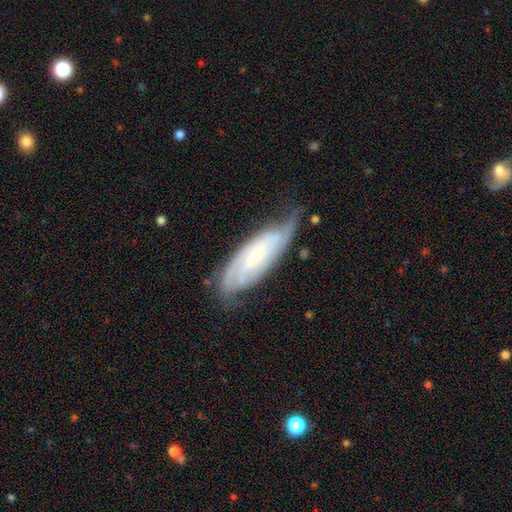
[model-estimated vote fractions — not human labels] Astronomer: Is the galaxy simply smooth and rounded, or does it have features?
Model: featured or disk — 82%.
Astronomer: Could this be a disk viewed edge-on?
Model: no — 87%.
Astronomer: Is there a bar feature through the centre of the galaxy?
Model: no — 46% (runner-up: weak, 37%).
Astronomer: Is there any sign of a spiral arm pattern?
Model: yes — 94%.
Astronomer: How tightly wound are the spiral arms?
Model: tight — 61%.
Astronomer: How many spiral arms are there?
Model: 2 — 43% (runner-up: can't tell, 32%).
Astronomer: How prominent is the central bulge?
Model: small — 73%.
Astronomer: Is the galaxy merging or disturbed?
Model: none — 67%.